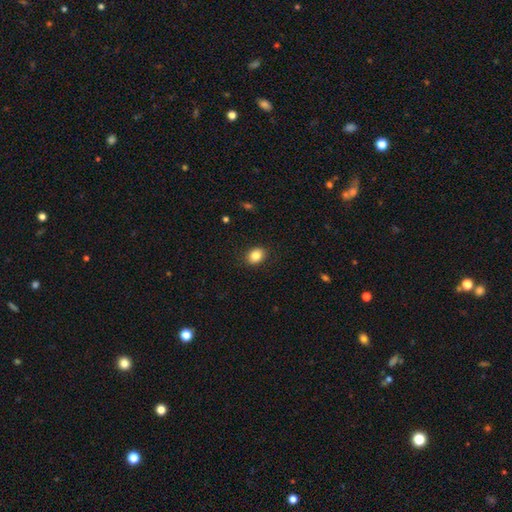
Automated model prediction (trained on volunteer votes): Smooth or featured?
  - smooth: 85% *
  - star or artifact: 9%
  - featured or disk: 6%
How rounded?
  - in between: 57% *
  - round: 42%
  - cigar-shaped: 1%
Merging?
  - none: 88% *
  - minor disturbance: 8%
  - major disturbance: 2%
  - merger: 1%